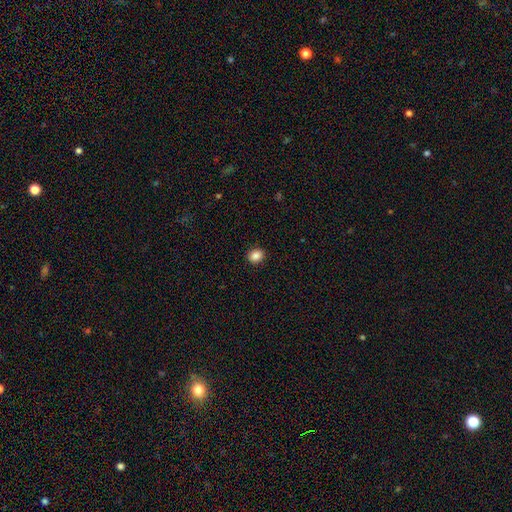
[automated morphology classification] Q: Smooth or featured?
A: smooth (86%); runner-up: star or artifact (10%)
Q: How rounded?
A: round (61%); runner-up: in between (38%)
Q: Merging?
A: none (91%); runner-up: minor disturbance (6%)